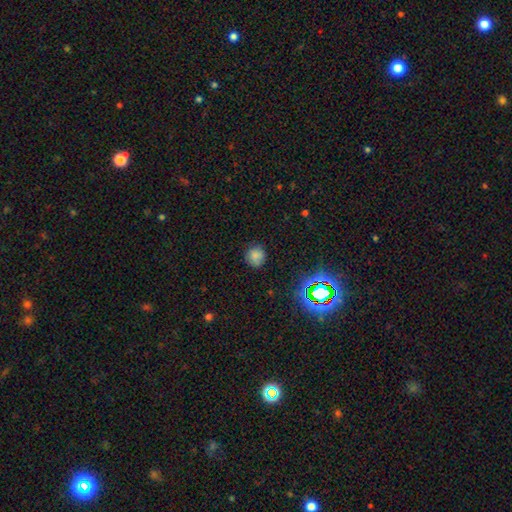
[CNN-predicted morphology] The model was most divided on "smooth or featured": smooth: 76%, star or artifact: 17%, featured or disk: 7%. More confident: how rounded — round (89%); merging — none (81%).